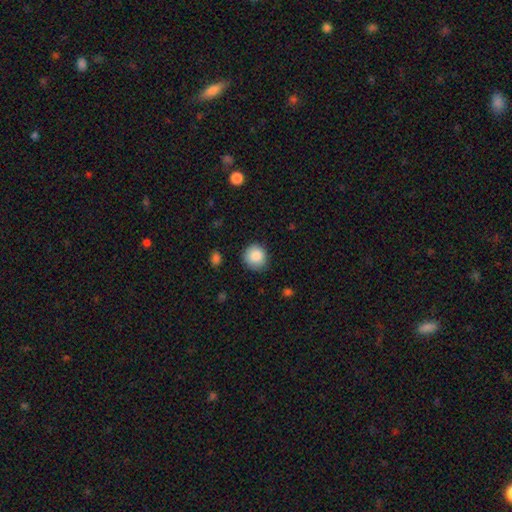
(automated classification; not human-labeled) The model was most divided on "merging": none: 85%, minor disturbance: 12%, major disturbance: 3%, merger: 1%. More confident: how rounded — round (91%); smooth or featured — smooth (87%).